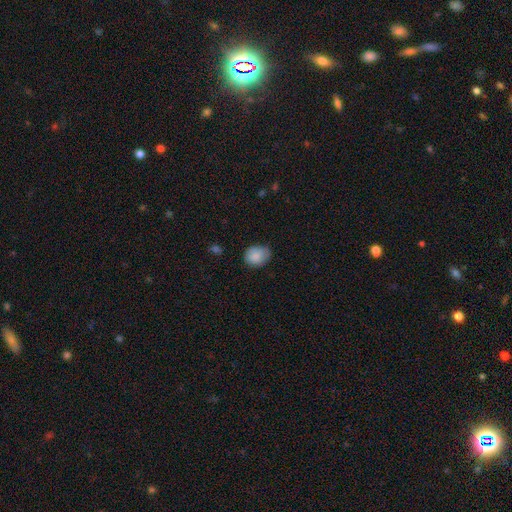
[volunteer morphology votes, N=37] smooth_or_featured: smooth (p=0.92) [alt: star or artifact p=0.05]
how_rounded: in between (p=0.56) [alt: round p=0.44]
merging: none (p=0.63) [alt: minor disturbance p=0.26]